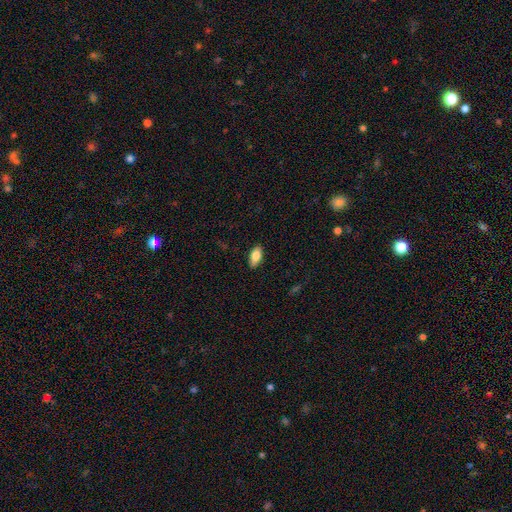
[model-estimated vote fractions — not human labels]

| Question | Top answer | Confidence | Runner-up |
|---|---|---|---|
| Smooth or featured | smooth | 81% | featured or disk (12%) |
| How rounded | in between | 89% | cigar-shaped (8%) |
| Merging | none | 87% | minor disturbance (10%) |